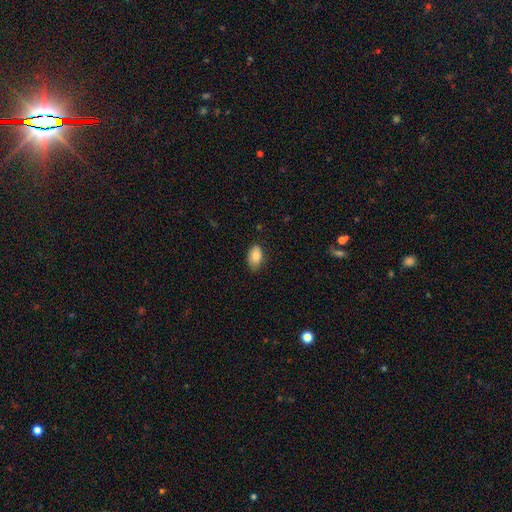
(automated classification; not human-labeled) smooth-or-featured: smooth: 84% | featured or disk: 9% | star or artifact: 7%
  how-rounded: in between: 92% | round: 6% | cigar-shaped: 2%
  merging: none: 76% | minor disturbance: 20% | major disturbance: 3% | merger: 1%